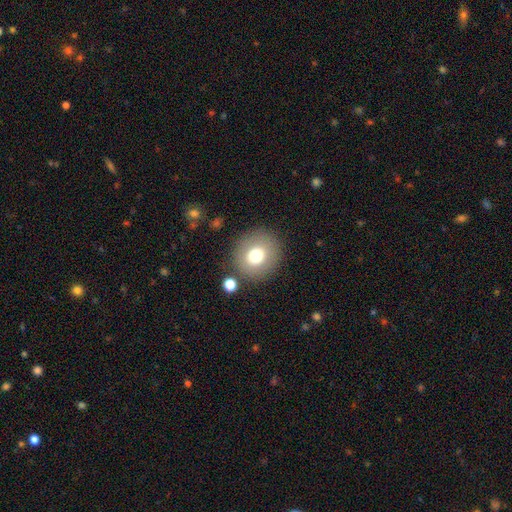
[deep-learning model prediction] Smooth or featured? smooth (73%)
How rounded? round (90%)
Merging? none (85%)